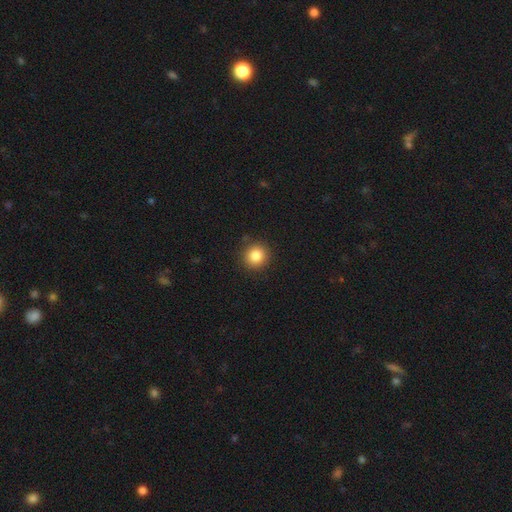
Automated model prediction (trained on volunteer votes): The model was most divided on "smooth or featured": smooth: 84%, star or artifact: 10%, featured or disk: 5%. More confident: how rounded — round (92%); merging — none (90%).